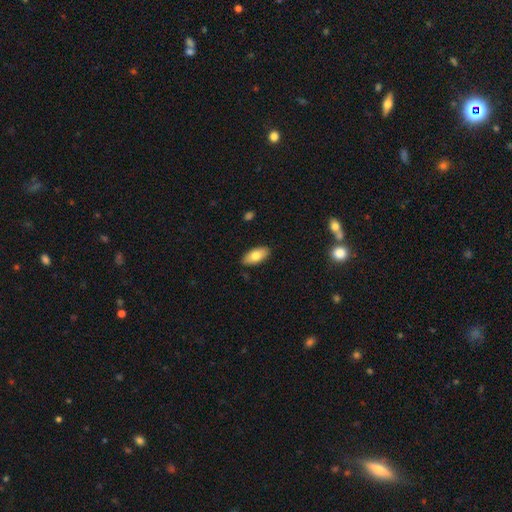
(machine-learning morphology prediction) This is likely a smooth galaxy (77%). How rounded: clearly in between (91%). Merging: clearly none (88%).